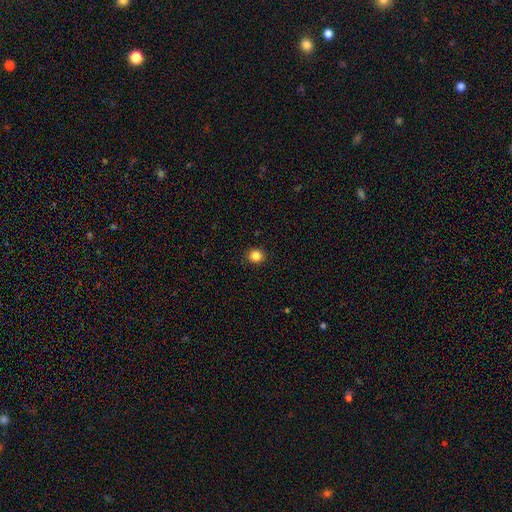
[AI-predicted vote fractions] A smooth galaxy with no disk features (84%) that is round (88%).

Vote fractions:
- Smooth or featured? smooth: 84% / star or artifact: 12% / featured or disk: 4%
- How rounded? round: 88% / in between: 11% / cigar-shaped: 1%
- Merging? none: 91% / minor disturbance: 6% / major disturbance: 2% / merger: 1%